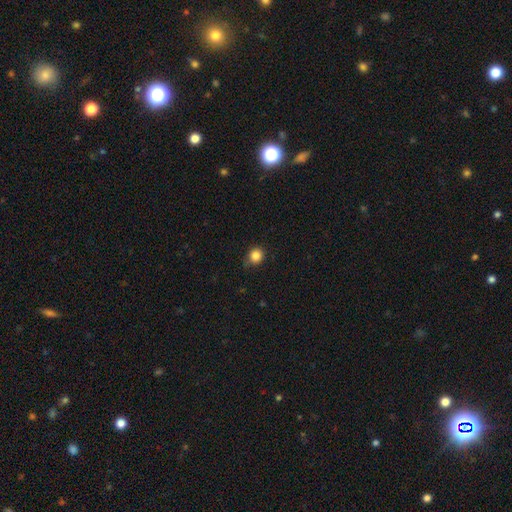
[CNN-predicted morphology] Q: Smooth or featured?
A: smooth (85%); runner-up: star or artifact (11%)
Q: How rounded?
A: round (83%); runner-up: in between (16%)
Q: Merging?
A: none (79%); runner-up: minor disturbance (17%)